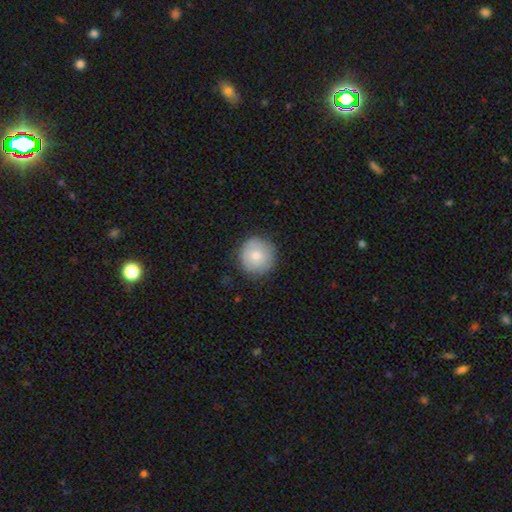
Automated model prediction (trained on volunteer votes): Smooth or featured? smooth (77%)
How rounded? round (96%)
Merging? none (87%)